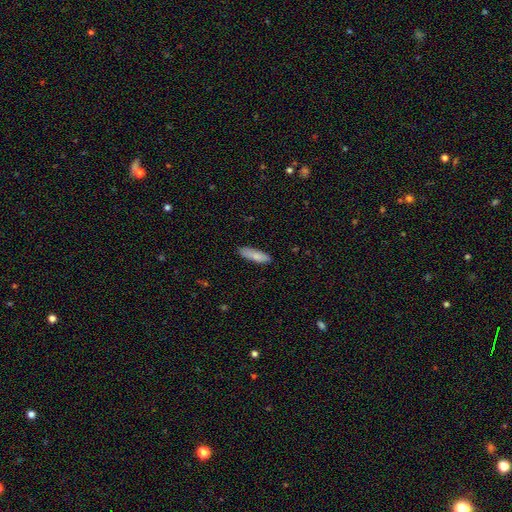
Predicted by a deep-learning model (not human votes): This is clearly a smooth galaxy (80%). How rounded: likely cigar-shaped (62%). Merging: clearly none (82%).